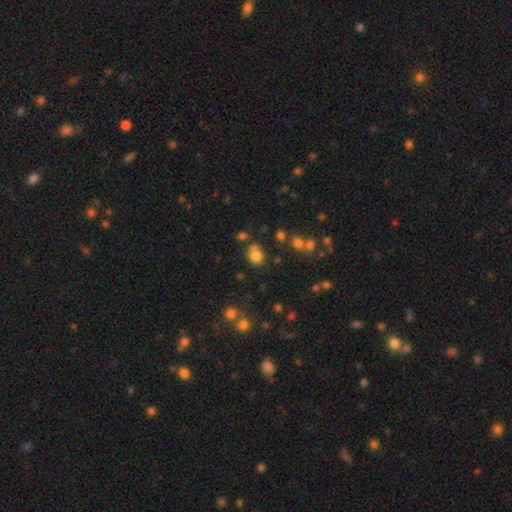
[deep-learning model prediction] This appears to be a smooth galaxy with no disk features (78%) that is round (70%). Merging: none (60%).